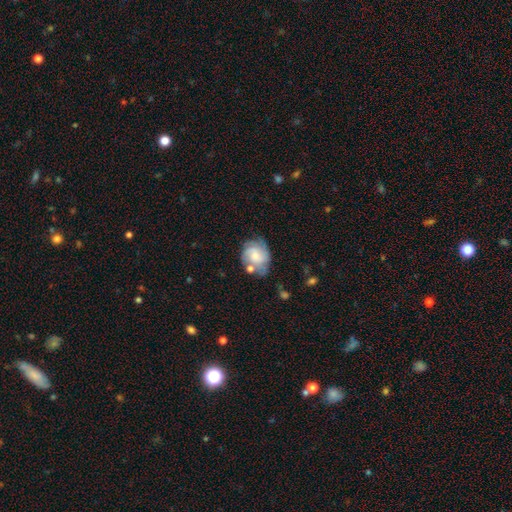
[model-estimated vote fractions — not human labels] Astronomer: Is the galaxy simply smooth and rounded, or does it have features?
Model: featured or disk — 51% (runner-up: smooth, 41%).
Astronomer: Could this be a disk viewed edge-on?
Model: no — 97%.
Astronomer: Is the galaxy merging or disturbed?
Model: none — 49% (runner-up: minor disturbance, 26%).